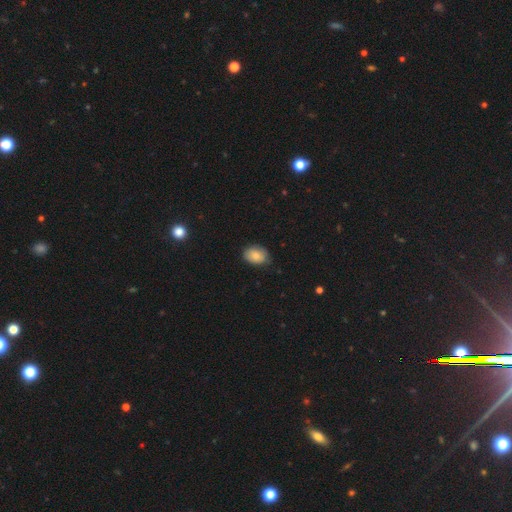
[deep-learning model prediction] Q: Smooth or featured?
A: smooth (84%); runner-up: featured or disk (8%)
Q: How rounded?
A: in between (73%); runner-up: round (26%)
Q: Merging?
A: none (79%); runner-up: minor disturbance (17%)